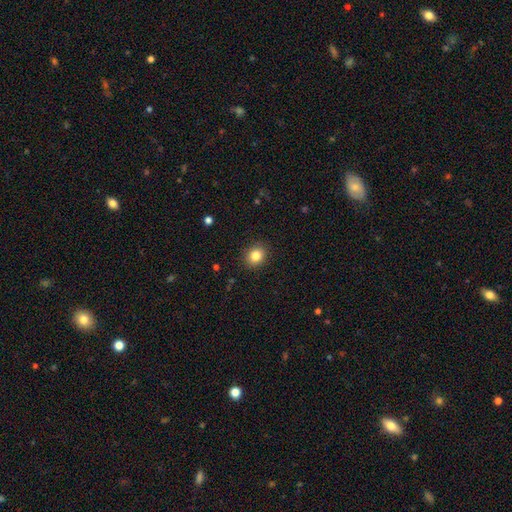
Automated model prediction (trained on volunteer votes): The model was most divided on "how rounded": round: 67%, in between: 32%, cigar-shaped: 1%. More confident: merging — none (90%); smooth or featured — smooth (84%).